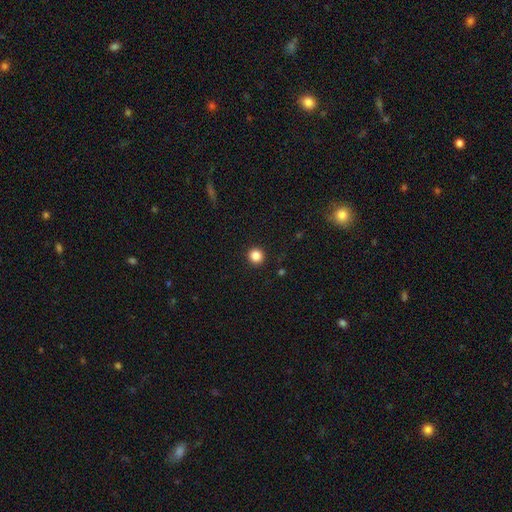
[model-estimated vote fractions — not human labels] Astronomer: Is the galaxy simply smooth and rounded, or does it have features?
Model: smooth — 85%.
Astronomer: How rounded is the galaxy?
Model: round — 94%.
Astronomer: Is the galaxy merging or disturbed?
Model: none — 93%.